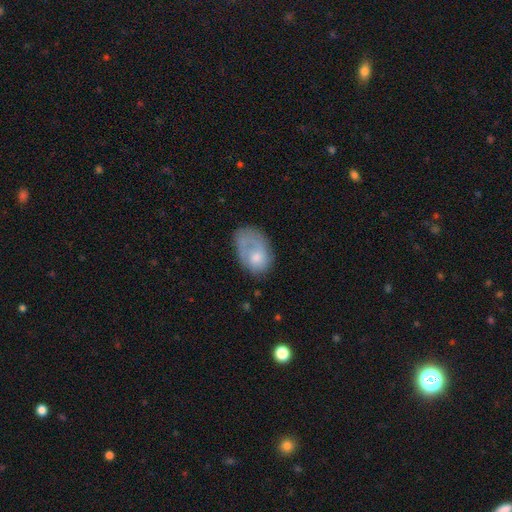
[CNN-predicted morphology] Smooth or featured? Predicted: smooth (p=0.56). How rounded? Predicted: in between (p=0.85). Merging? Predicted: none (p=0.36).